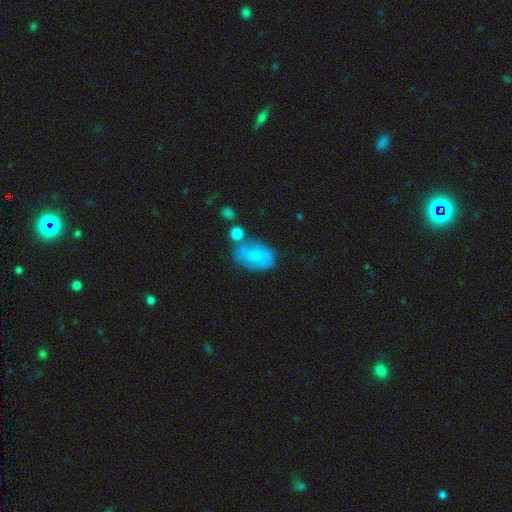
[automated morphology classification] The model was most divided on "merging": none: 48%, minor disturbance: 25%, merger: 16%, major disturbance: 11%. More confident: how rounded — in between (85%); smooth or featured — smooth (65%).